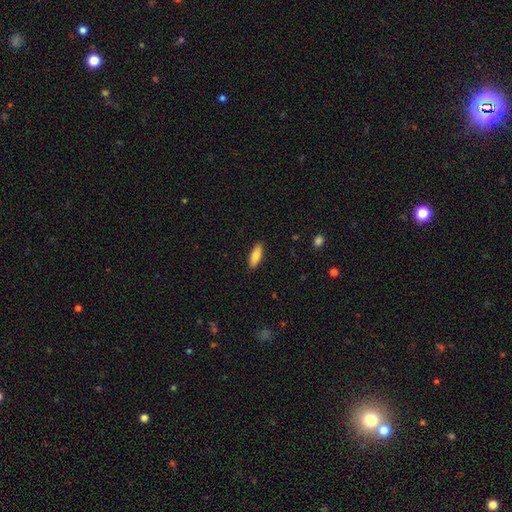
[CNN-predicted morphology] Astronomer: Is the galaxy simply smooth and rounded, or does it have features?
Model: smooth — 84%.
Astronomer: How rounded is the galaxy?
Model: in between — 65%.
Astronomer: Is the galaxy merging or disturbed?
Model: none — 89%.